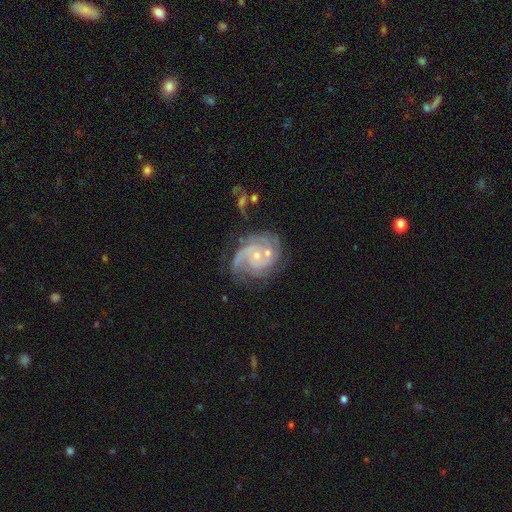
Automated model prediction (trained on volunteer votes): Overall: featured or disk (87%). Edge-on disk: no (98%). Bar: no (71%). Spiral arms: yes (96%). Spiral arm count: 2 (30%, tied with 3). Spiral winding: tight (56%; medium 35%). Bulge size: small (69%). Merging: none (49%; merger 20%).